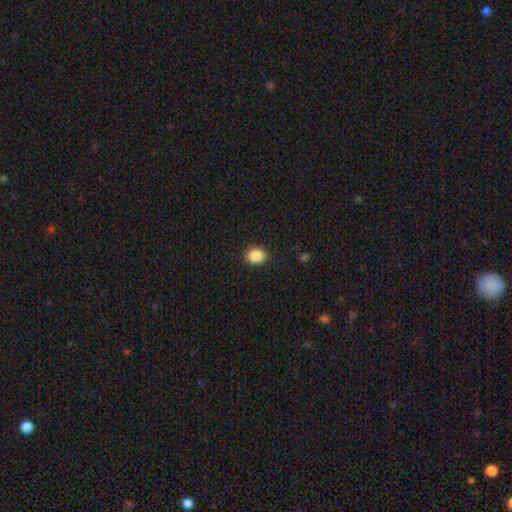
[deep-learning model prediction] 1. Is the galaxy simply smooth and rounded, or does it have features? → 87% smooth, 9% star or artifact, 3% featured or disk.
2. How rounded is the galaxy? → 68% round, 31% in between, 1% cigar-shaped.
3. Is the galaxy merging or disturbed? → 90% none, 7% minor disturbance, 2% major disturbance, 1% merger.